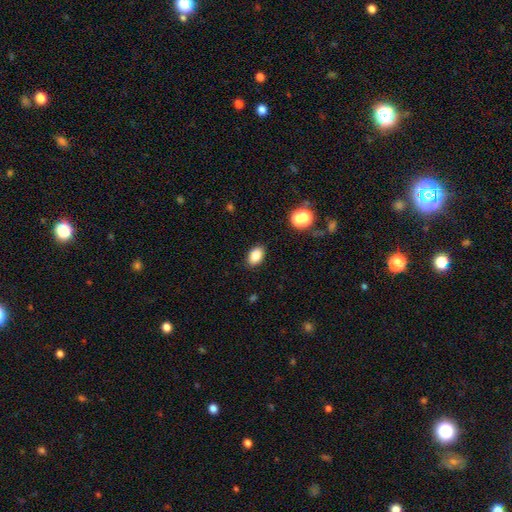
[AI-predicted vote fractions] This is clearly a smooth galaxy (85%). How rounded: clearly in between (88%). Merging: clearly none (87%).